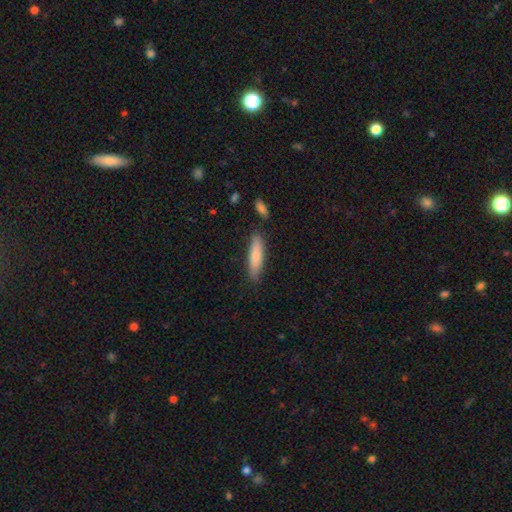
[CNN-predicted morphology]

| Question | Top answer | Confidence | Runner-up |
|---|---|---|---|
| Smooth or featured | smooth | 81% | featured or disk (14%) |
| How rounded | cigar-shaped | 75% | in between (24%) |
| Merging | none | 82% | minor disturbance (12%) |